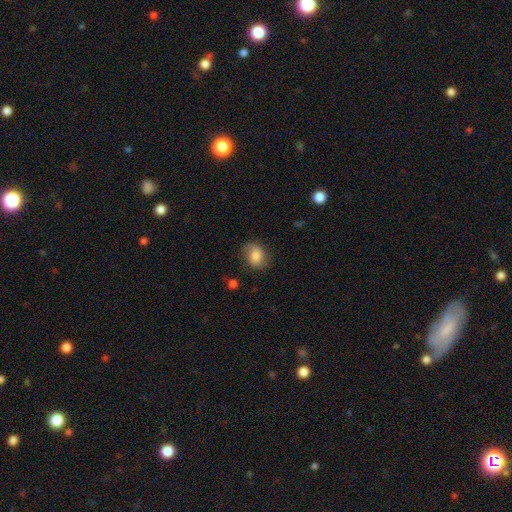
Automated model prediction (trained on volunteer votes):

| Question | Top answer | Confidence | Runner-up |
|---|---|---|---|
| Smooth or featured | smooth | 74% | featured or disk (17%) |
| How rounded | round | 50% | in between (49%) |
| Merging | none | 70% | minor disturbance (21%) |